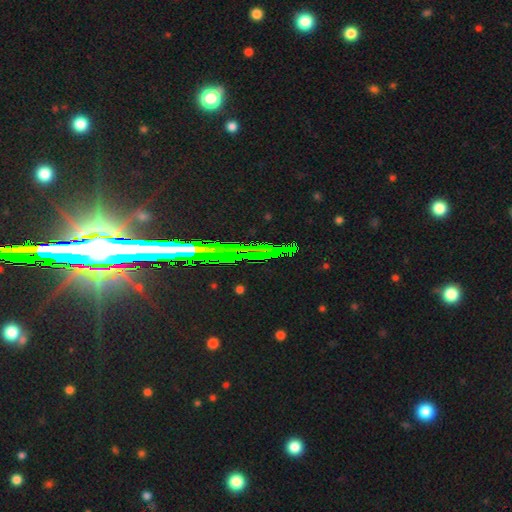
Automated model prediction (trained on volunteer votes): Morphology: type=star or artifact (72%).